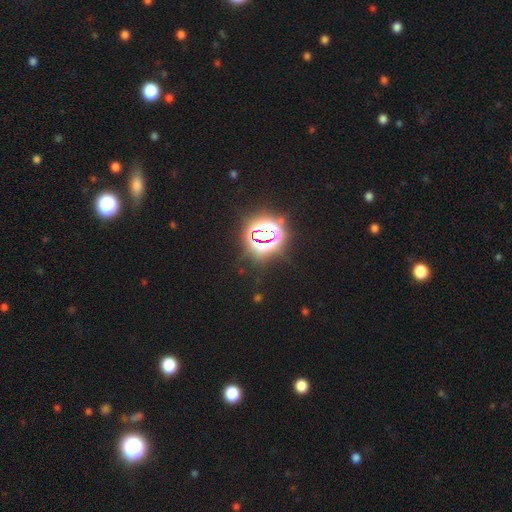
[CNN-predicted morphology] Overall: star or artifact (80%).